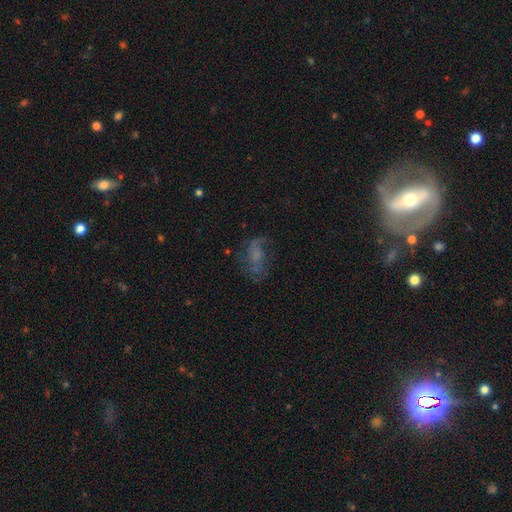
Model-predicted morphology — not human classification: A featured or disk galaxy (57%) with no bar (62%), spiral arms (72%) and no central bulge (46%).

Vote fractions:
- Smooth or featured? featured or disk: 57% / smooth: 27% / star or artifact: 16%
- Edge-on disk? no: 96% / yes: 4%
- Bar? no: 62% / weak: 30% / strong: 7%
- Spiral arms? yes: 72% / no: 28%
- Bulge size? none: 46% / small: 29% / moderate: 18% / large: 5% / dominant: 2%
- Merging? none: 50% / major disturbance: 27% / minor disturbance: 20% / merger: 3%